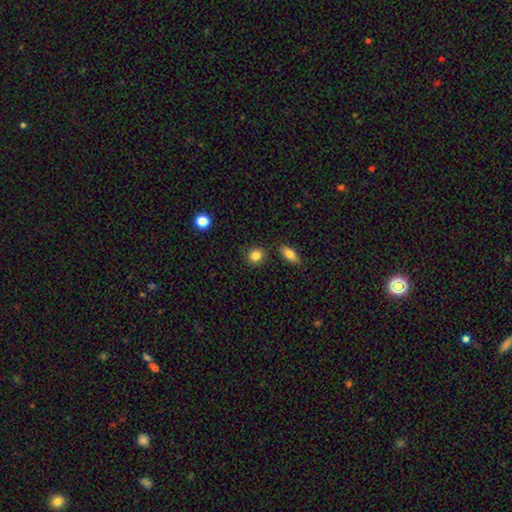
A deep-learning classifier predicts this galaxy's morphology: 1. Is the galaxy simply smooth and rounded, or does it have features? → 84% smooth, 9% star or artifact, 6% featured or disk.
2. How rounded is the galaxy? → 81% round, 18% in between, 1% cigar-shaped.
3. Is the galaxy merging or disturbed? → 84% none, 9% minor disturbance, 4% merger, 2% major disturbance.